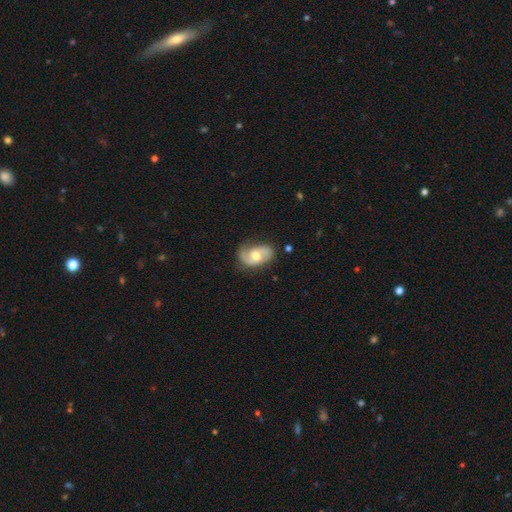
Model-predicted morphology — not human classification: A featured or disk galaxy (71%) with no bar (58%), 2 (76%) medium (44%) spiral arms (91%) and a moderate central bulge (71%).

Vote fractions:
- Smooth or featured? featured or disk: 71% / smooth: 23% / star or artifact: 6%
- Edge-on disk? no: 96% / yes: 4%
- Bar? no: 58% / weak: 35% / strong: 7%
- Spiral arms? yes: 91% / no: 9%
- Spiral winding? medium: 44% / loose: 34% / tight: 22%
- Spiral arm count? 2: 76% / 1: 14% / can't tell: 8% / 3: 1% / 4: 1% / more than 4: 1%
- Bulge size? moderate: 71% / small: 18% / large: 9% / none: 1% / dominant: 1%
- Merging? none: 63% / minor disturbance: 25% / major disturbance: 10% / merger: 2%